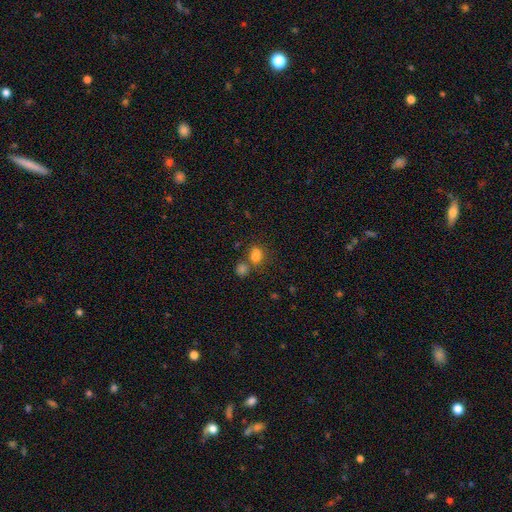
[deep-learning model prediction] smooth_or_featured: smooth (p=0.73) [alt: star or artifact p=0.16]
how_rounded: round (p=0.55) [alt: in between p=0.44]
merging: merger (p=0.47) [alt: none p=0.37]